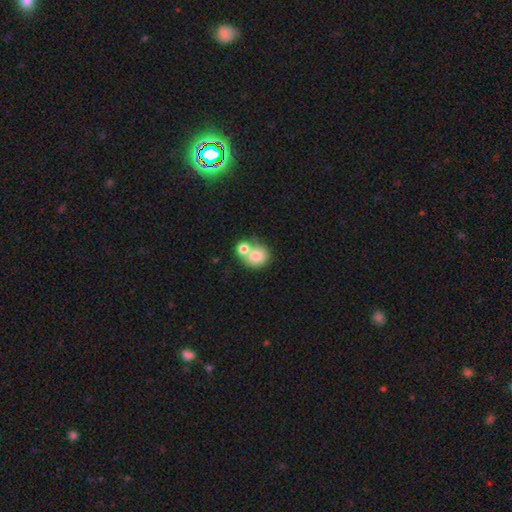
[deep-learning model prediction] Overall: smooth (77%). How rounded: round (76%). Merging: merger (52%; none 36%).